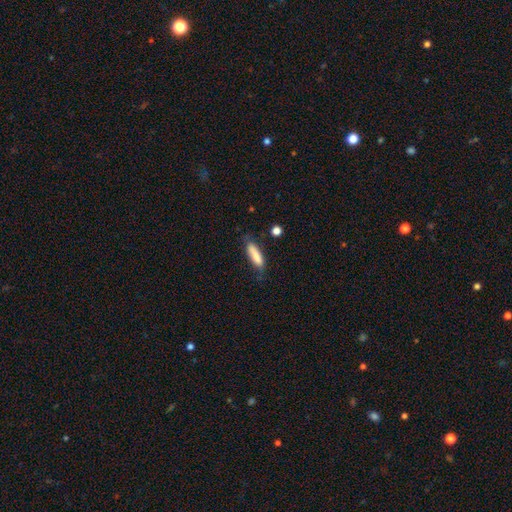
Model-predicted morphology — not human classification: Smooth or featured? smooth (83%)
How rounded? cigar-shaped (62%)
Merging? none (70%)